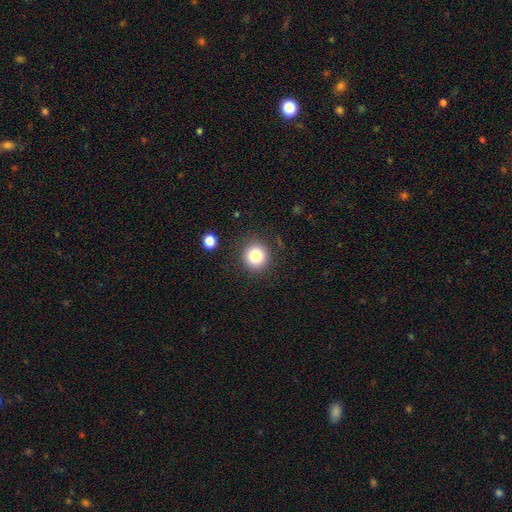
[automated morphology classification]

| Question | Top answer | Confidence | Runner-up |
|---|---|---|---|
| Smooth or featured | smooth | 83% | star or artifact (11%) |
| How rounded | round | 92% | in between (7%) |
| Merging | none | 88% | minor disturbance (7%) |